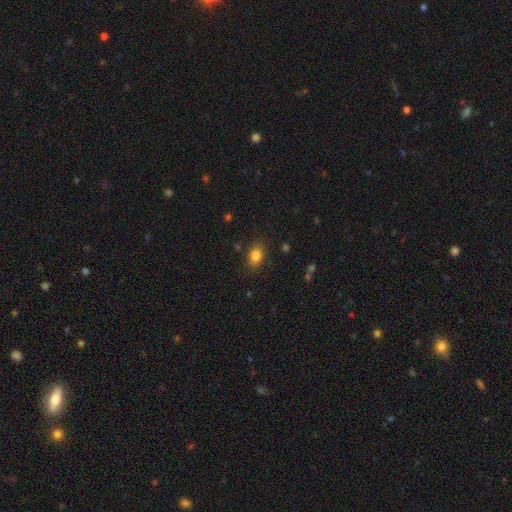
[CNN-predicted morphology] This is clearly a smooth galaxy (84%). How rounded: likely in between (79%). Merging: clearly none (83%).